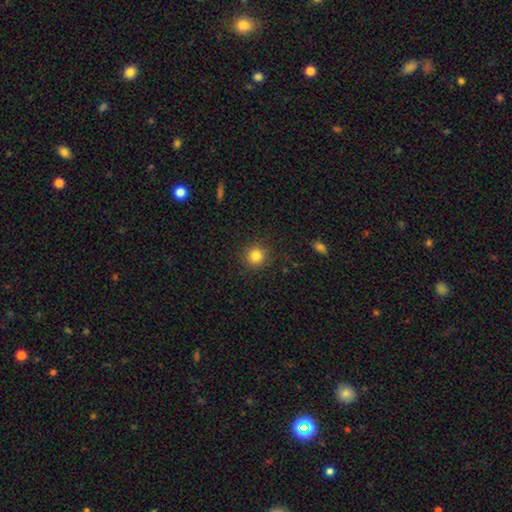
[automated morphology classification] The model was most divided on "smooth or featured": smooth: 83%, star or artifact: 12%, featured or disk: 5%. More confident: how rounded — round (93%); merging — none (90%).